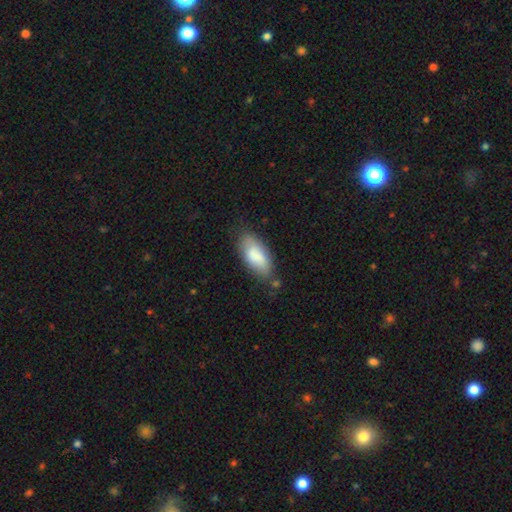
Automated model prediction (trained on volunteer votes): This appears to be a smooth galaxy with no disk features (78%) that is in between round and cigar-shaped (88%). Merging: none (66%).